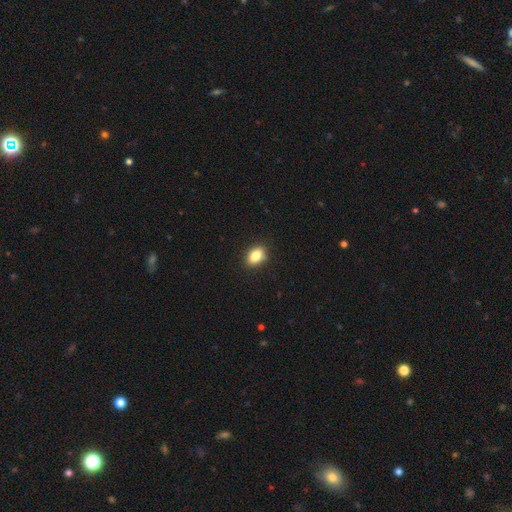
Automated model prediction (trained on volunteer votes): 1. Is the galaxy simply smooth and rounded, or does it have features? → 85% smooth, 9% star or artifact, 6% featured or disk.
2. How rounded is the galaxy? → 80% in between, 18% round, 2% cigar-shaped.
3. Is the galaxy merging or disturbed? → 88% none, 9% minor disturbance, 2% major disturbance, 1% merger.